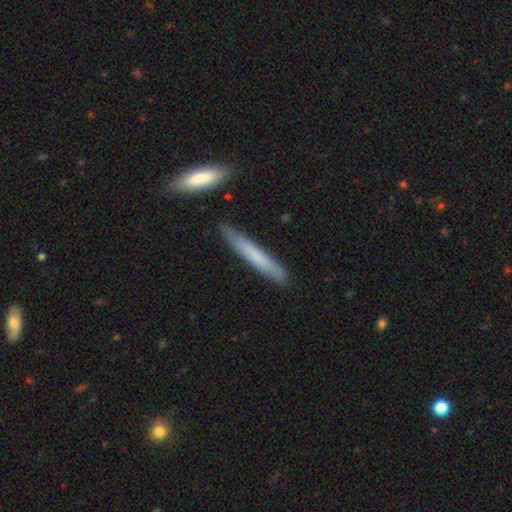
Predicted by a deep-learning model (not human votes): Smooth or featured: smooth — 68% (featured or disk — 27%)
How rounded: cigar-shaped — 95% (in between — 4%)
Merging: none — 84% (minor disturbance — 11%)